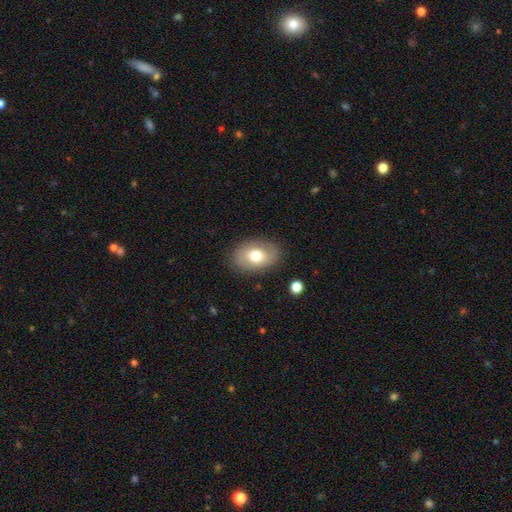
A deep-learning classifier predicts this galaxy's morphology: This is likely a smooth galaxy (68%). How rounded: clearly in between (83%). Merging: clearly none (84%).